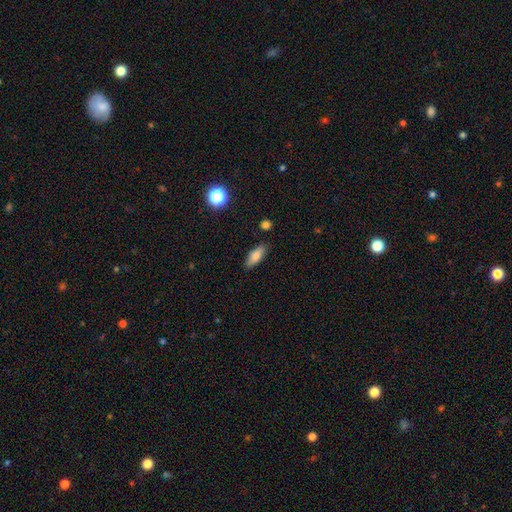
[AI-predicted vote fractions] Smooth or featured? smooth (76%)
How rounded? in between (65%)
Merging? none (85%)